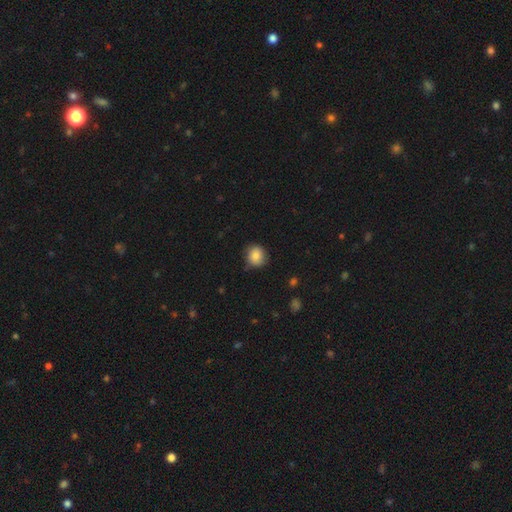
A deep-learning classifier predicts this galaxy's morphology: Overall: smooth (83%). How rounded: round (82%). Merging: none (79%).